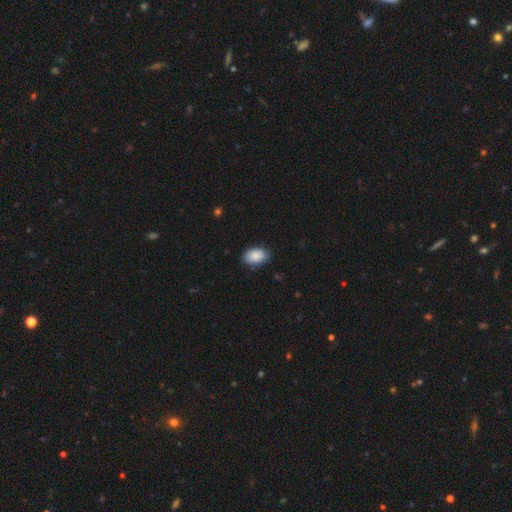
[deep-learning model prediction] Q: Smooth or featured?
A: smooth (90%); runner-up: star or artifact (6%)
Q: How rounded?
A: in between (91%); runner-up: round (8%)
Q: Merging?
A: none (83%); runner-up: minor disturbance (13%)